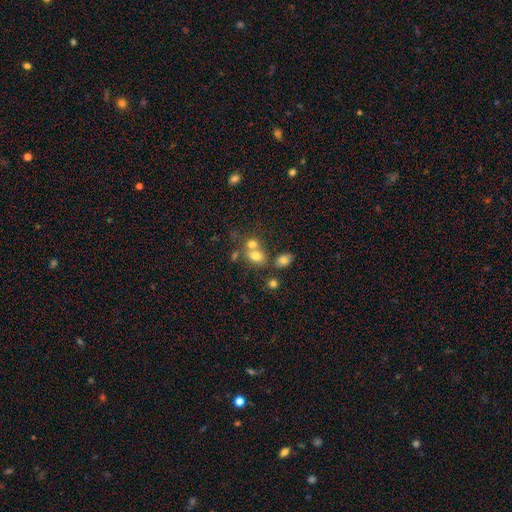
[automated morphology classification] Smooth or featured: smooth — 73% (featured or disk — 14%)
How rounded: in between — 51% (round — 48%)
Merging: merger — 44% (none — 41%)